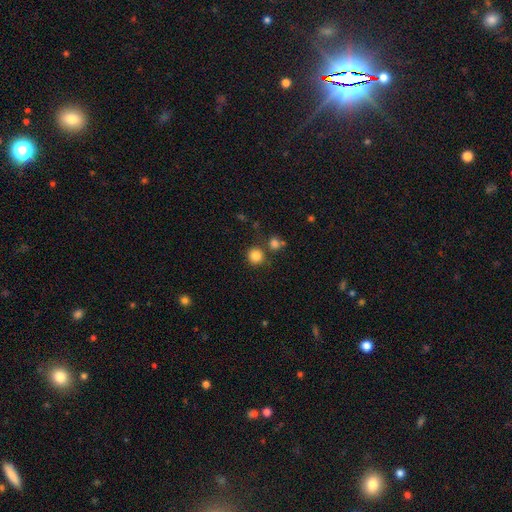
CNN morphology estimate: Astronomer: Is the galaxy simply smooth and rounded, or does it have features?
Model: smooth — 84%.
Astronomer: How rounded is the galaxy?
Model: round — 93%.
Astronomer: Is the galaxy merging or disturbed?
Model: none — 77%.